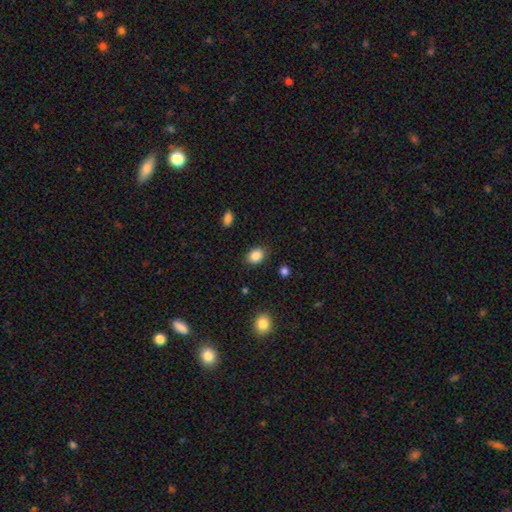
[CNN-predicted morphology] smooth 87%, star or artifact 9%, featured or disk 4%. Down the decision tree: how rounded — in between (61%); merging — none (83%).